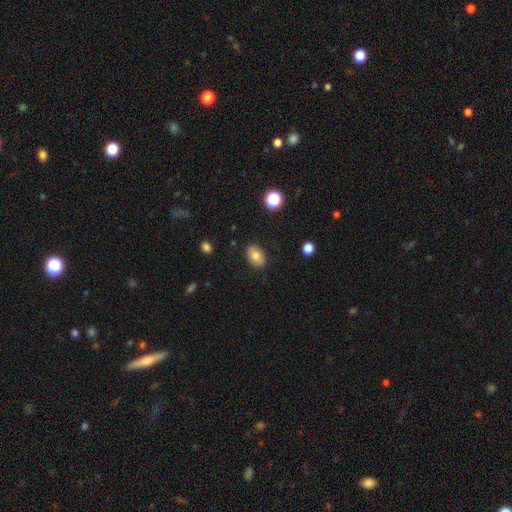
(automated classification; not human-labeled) smooth-or-featured: smooth: 76% | featured or disk: 15% | star or artifact: 9%
  how-rounded: in between: 79% | round: 20% | cigar-shaped: 1%
  merging: none: 86% | minor disturbance: 10% | major disturbance: 2% | merger: 1%